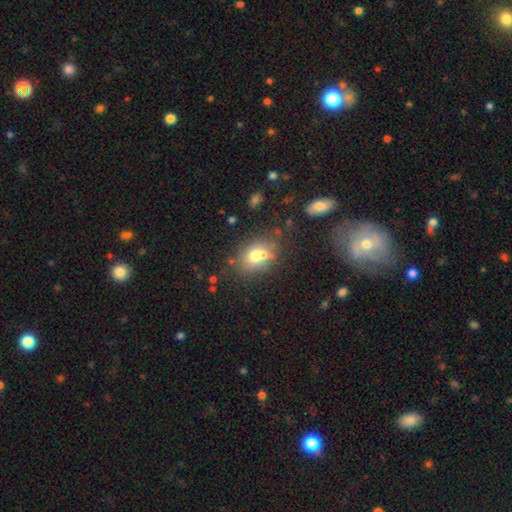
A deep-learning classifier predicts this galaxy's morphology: type=smooth (66%); roundness=in between (57%); merging=none (46%).